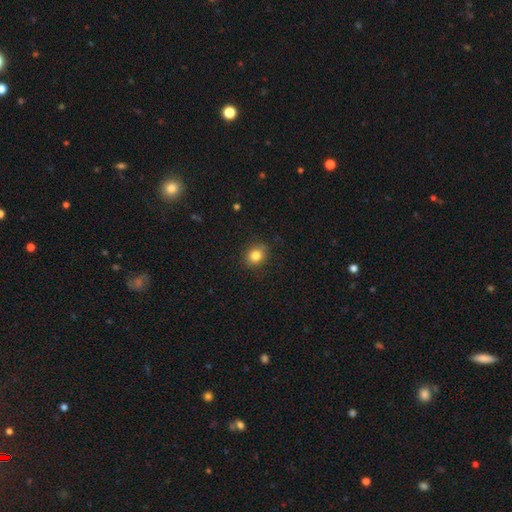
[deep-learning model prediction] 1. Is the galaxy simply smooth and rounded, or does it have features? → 83% smooth, 11% star or artifact, 6% featured or disk.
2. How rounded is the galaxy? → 72% round, 27% in between, 1% cigar-shaped.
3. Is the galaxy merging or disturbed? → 86% none, 11% minor disturbance, 3% major disturbance, 1% merger.